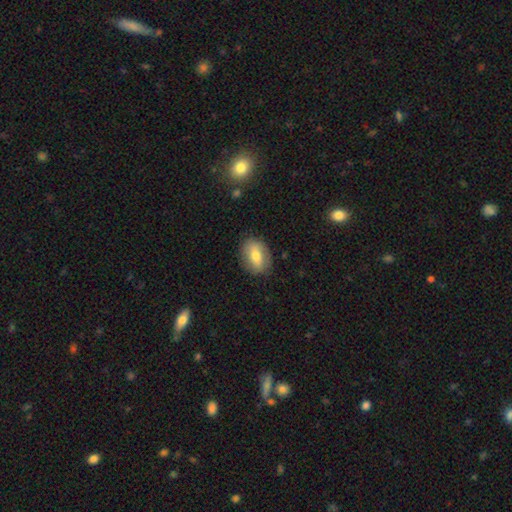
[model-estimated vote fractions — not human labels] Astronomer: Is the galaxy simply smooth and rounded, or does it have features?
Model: smooth — 61%.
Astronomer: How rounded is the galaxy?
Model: in between — 72%.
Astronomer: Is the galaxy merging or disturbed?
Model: none — 82%.